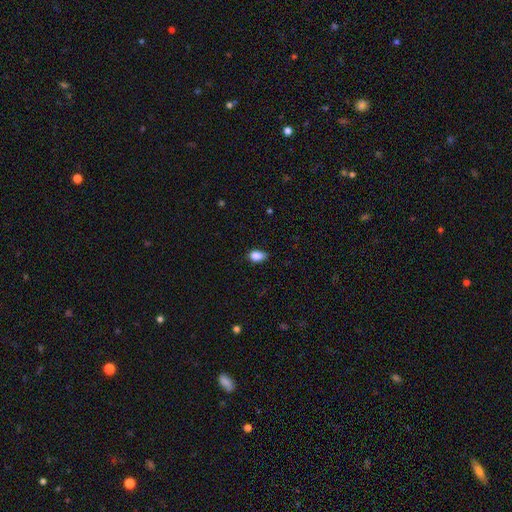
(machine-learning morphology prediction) smooth_or_featured: smooth (p=0.86) [alt: star or artifact p=0.09]
how_rounded: in between (p=0.84) [alt: round p=0.14]
merging: none (p=0.69) [alt: minor disturbance p=0.26]